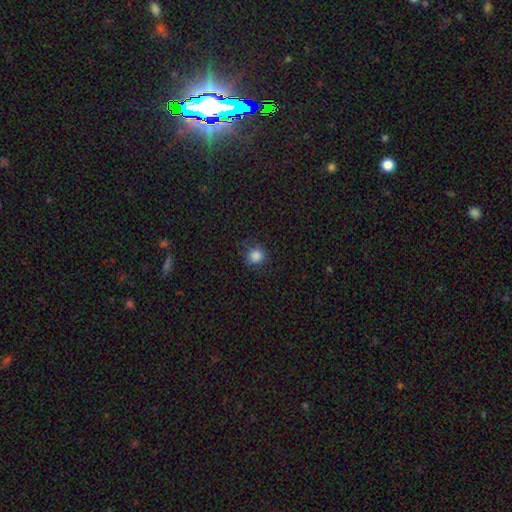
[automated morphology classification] This is clearly a smooth galaxy (85%). How rounded: clearly round (91%). Merging: clearly none (84%).